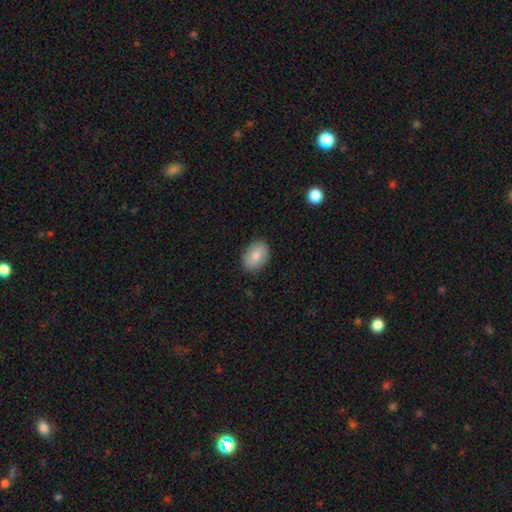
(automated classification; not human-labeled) Smooth or featured? smooth (75%)
How rounded? in between (78%)
Merging? none (86%)